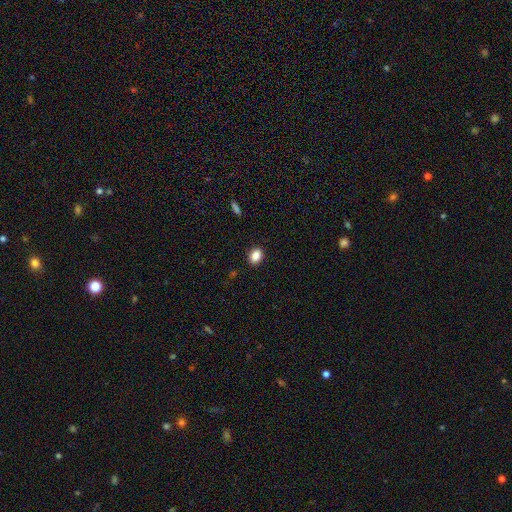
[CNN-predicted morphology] Q: Smooth or featured?
A: smooth (87%); runner-up: star or artifact (9%)
Q: How rounded?
A: in between (70%); runner-up: round (29%)
Q: Merging?
A: none (89%); runner-up: minor disturbance (8%)